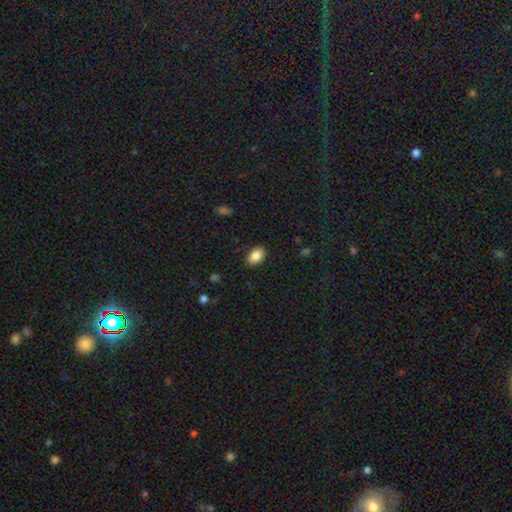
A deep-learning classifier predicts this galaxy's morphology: Q: Smooth or featured?
A: smooth (86%); runner-up: star or artifact (8%)
Q: How rounded?
A: in between (88%); runner-up: round (11%)
Q: Merging?
A: none (87%); runner-up: minor disturbance (9%)